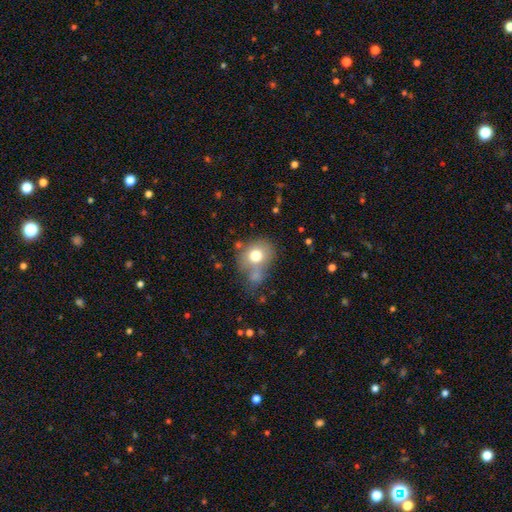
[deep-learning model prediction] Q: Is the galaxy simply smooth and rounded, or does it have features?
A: smooth — 74%.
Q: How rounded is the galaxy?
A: round — 66%.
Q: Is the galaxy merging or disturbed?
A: none — 42%.